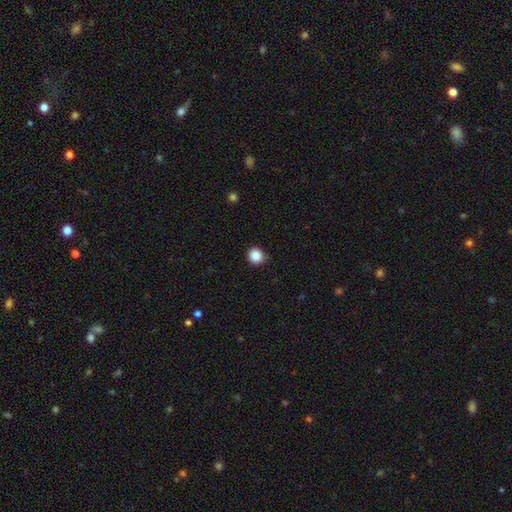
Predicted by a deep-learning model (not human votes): Smooth or featured: smooth — 87% (star or artifact — 10%)
How rounded: round — 89% (in between — 10%)
Merging: none — 88% (minor disturbance — 9%)